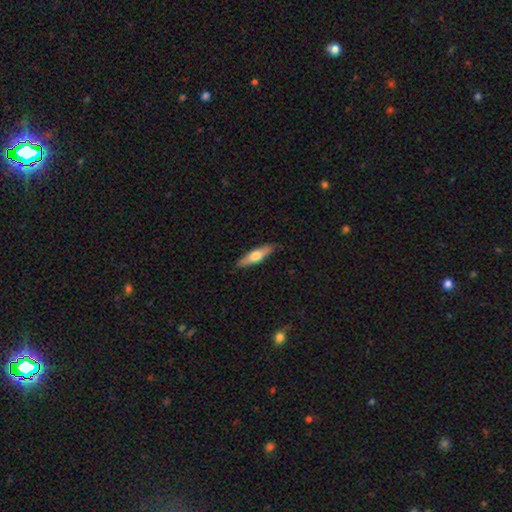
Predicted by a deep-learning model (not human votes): Smooth or featured: smooth — 53% (featured or disk — 42%)
How rounded: cigar-shaped — 67% (in between — 31%)
Merging: none — 86% (minor disturbance — 11%)